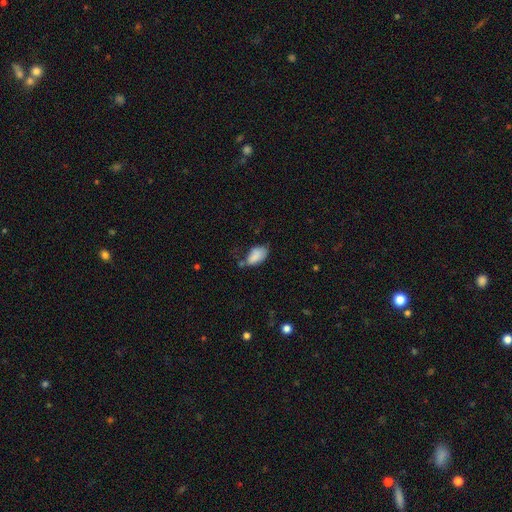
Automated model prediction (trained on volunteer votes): A smooth galaxy with no disk features (84%) that is in between round and cigar-shaped (93%).

Vote fractions:
- Smooth or featured? smooth: 84% / featured or disk: 8% / star or artifact: 8%
- How rounded? in between: 93% / round: 5% / cigar-shaped: 2%
- Merging? none: 41% / minor disturbance: 36% / major disturbance: 15% / merger: 8%